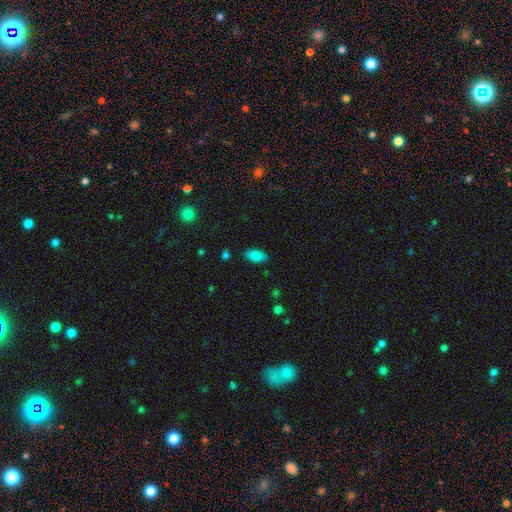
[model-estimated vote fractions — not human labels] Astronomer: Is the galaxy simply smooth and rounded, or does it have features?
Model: smooth — 82%.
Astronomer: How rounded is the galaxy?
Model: in between — 92%.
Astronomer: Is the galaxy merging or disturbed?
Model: none — 86%.